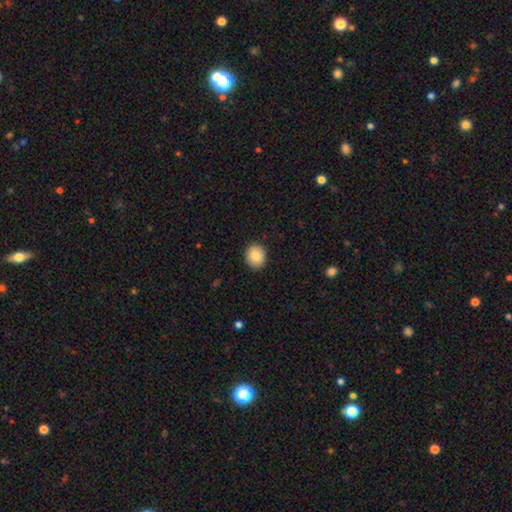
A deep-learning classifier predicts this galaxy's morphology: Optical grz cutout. It shows a smooth galaxy with no disk features (85%) that is round (73%). Merging: none (91%).